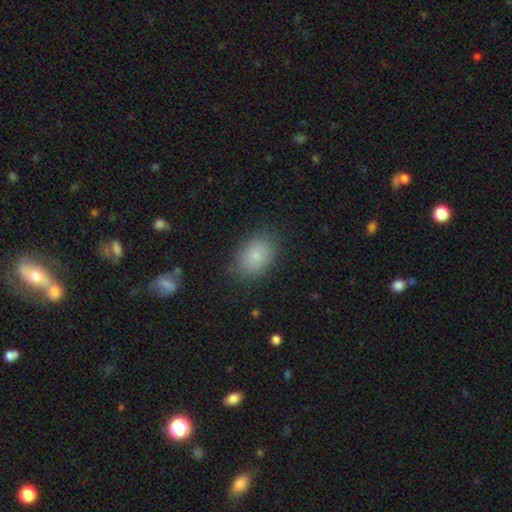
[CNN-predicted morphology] Smooth or featured: smooth — 82% (star or artifact — 9%)
How rounded: in between — 76% (round — 23%)
Merging: none — 82% (minor disturbance — 13%)